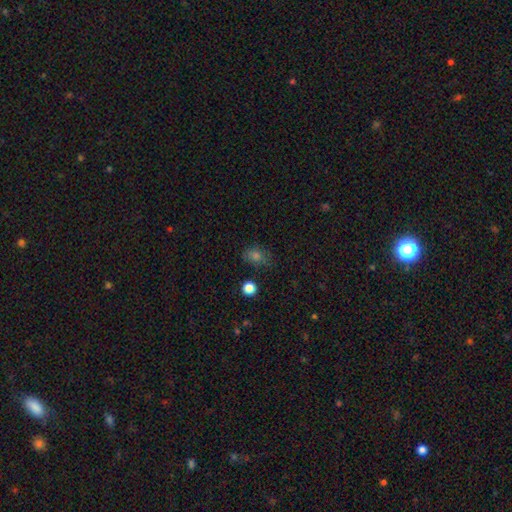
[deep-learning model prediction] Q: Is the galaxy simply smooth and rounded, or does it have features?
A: smooth — 66%.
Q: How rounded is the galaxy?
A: in between — 58%.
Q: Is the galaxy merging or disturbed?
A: none — 71%.